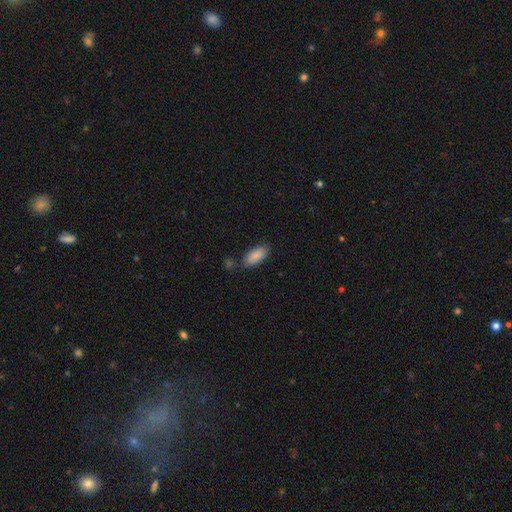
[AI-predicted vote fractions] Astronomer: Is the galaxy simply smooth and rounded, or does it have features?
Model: smooth — 88%.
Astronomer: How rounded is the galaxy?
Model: in between — 88%.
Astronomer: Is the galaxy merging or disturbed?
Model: none — 77%.